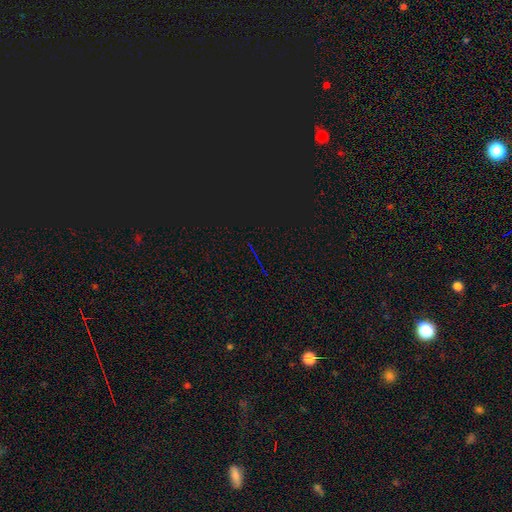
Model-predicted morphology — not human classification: The model was most divided on "smooth or featured": star or artifact: 81%, smooth: 10%, featured or disk: 9%.